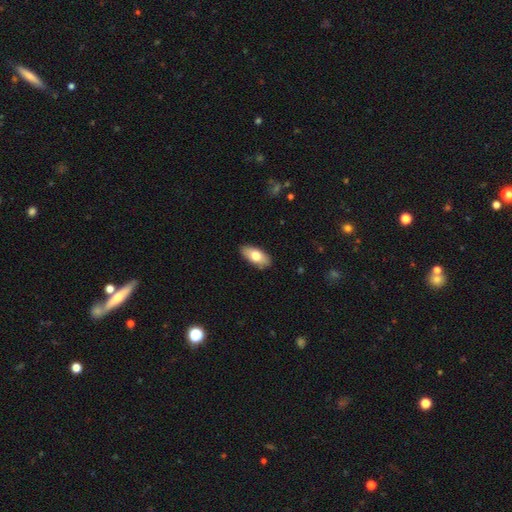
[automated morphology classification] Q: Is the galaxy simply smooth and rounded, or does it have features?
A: smooth — 74%.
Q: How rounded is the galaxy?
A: in between — 89%.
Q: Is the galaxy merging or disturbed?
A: none — 88%.